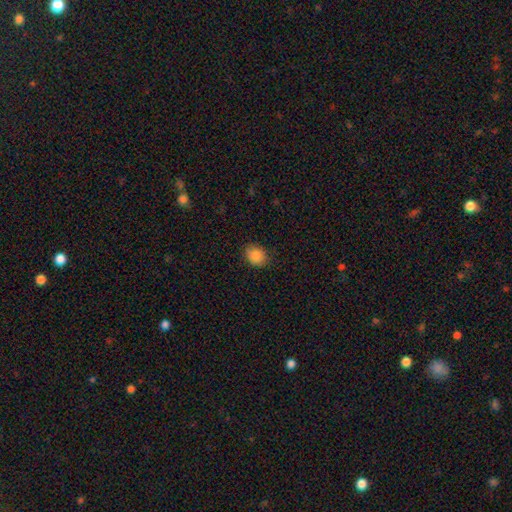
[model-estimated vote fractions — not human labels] smooth-or-featured: smooth: 86% | star or artifact: 9% | featured or disk: 5%
  how-rounded: round: 54% | in between: 45% | cigar-shaped: 1%
  merging: none: 80% | minor disturbance: 16% | major disturbance: 3% | merger: 1%